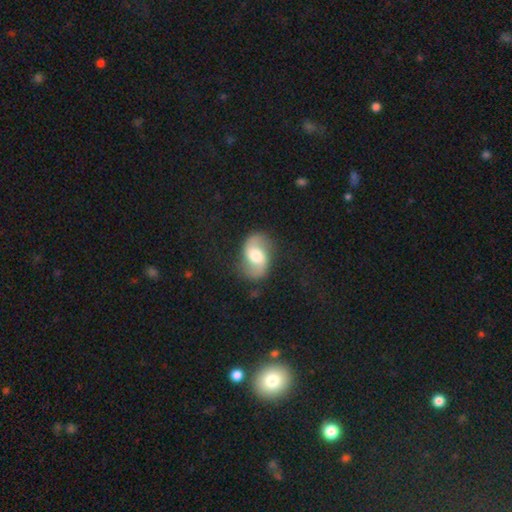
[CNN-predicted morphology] Q: Smooth or featured?
A: featured or disk (76%); runner-up: smooth (19%)
Q: Edge-on disk?
A: no (97%); runner-up: yes (3%)
Q: Bar?
A: weak (45%); runner-up: no (37%)
Q: Spiral arms?
A: yes (92%); runner-up: no (8%)
Q: Spiral winding?
A: loose (52%); runner-up: medium (37%)
Q: Spiral arm count?
A: 2 (93%); runner-up: can't tell (3%)
Q: Bulge size?
A: moderate (56%); runner-up: large (28%)
Q: Merging?
A: none (79%); runner-up: minor disturbance (14%)